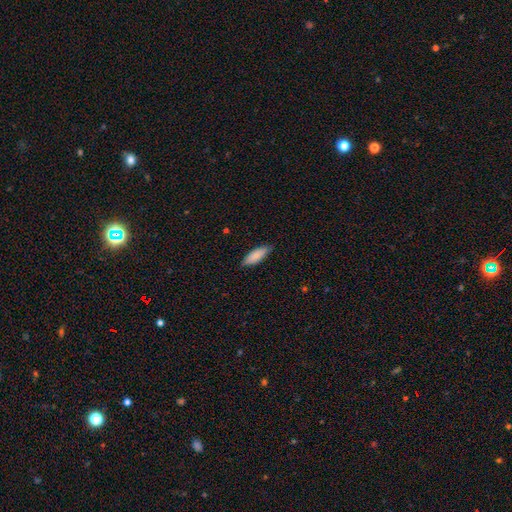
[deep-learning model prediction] smooth 83%, featured or disk 11%, star or artifact 6%. Down the decision tree: how rounded — in between (61%); merging — none (82%).